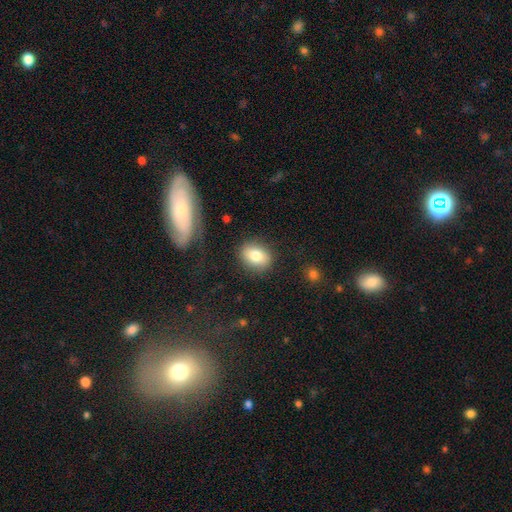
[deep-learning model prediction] Smooth or featured: smooth — 79% (featured or disk — 13%)
How rounded: in between — 56% (round — 43%)
Merging: none — 85% (minor disturbance — 10%)